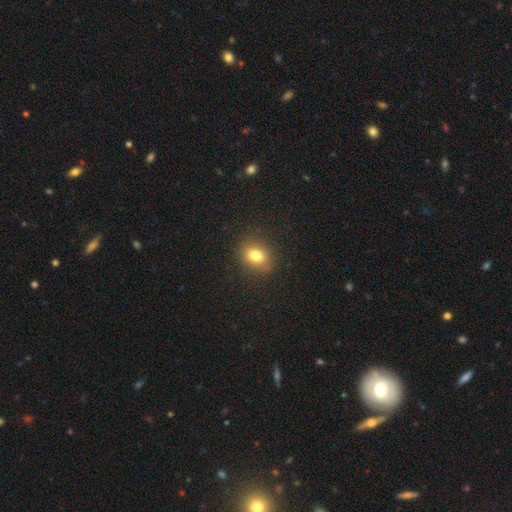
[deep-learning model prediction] The model was most divided on "how rounded": round: 54%, in between: 44%, cigar-shaped: 1%. More confident: merging — none (86%); smooth or featured — smooth (79%).